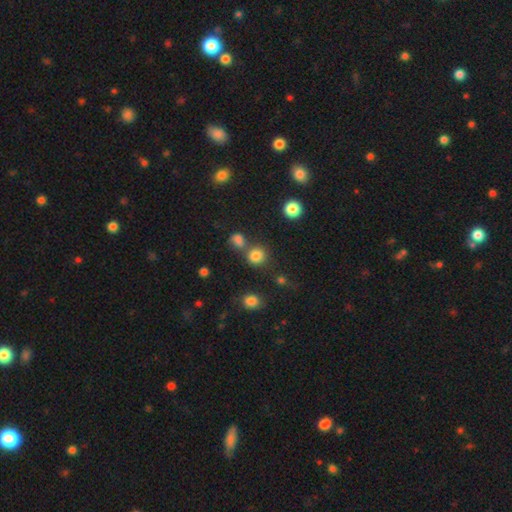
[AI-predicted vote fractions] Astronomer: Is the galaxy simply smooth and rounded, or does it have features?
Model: smooth — 80%.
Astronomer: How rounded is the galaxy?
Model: round — 85%.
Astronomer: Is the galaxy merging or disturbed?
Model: none — 62%.